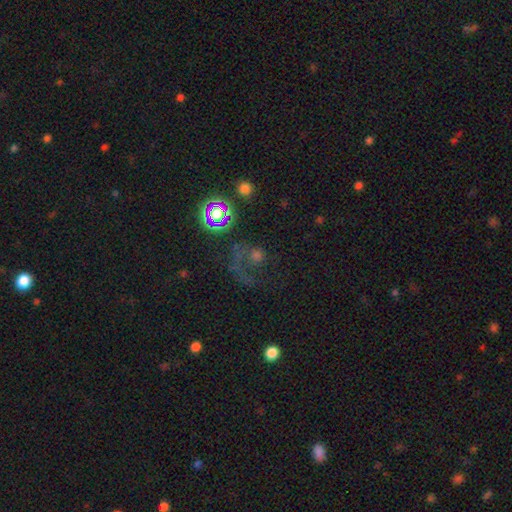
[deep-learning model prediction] Morphology: type=star or artifact (37%).